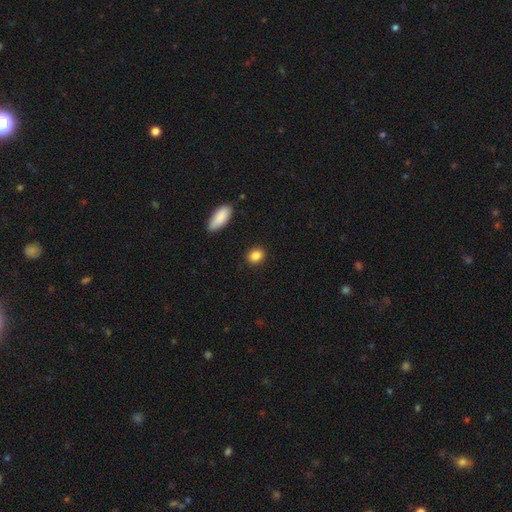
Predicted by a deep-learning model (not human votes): Smooth or featured?
  - smooth: 87% *
  - star or artifact: 8%
  - featured or disk: 4%
How rounded?
  - in between: 56% *
  - round: 42%
  - cigar-shaped: 2%
Merging?
  - none: 90% *
  - minor disturbance: 7%
  - major disturbance: 2%
  - merger: 2%